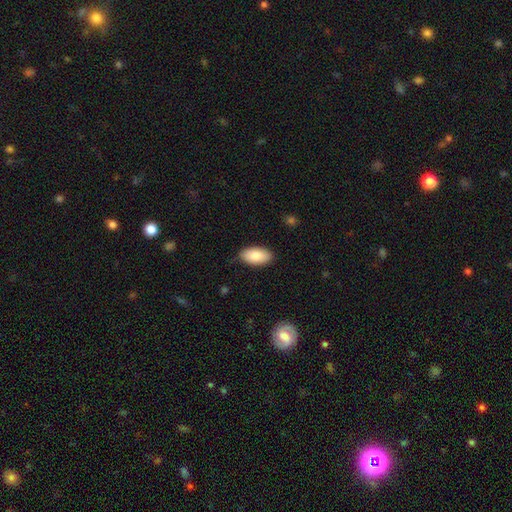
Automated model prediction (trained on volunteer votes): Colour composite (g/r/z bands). It shows a smooth galaxy with no disk features (85%) that is in between round and cigar-shaped (94%). Merging: none (82%).